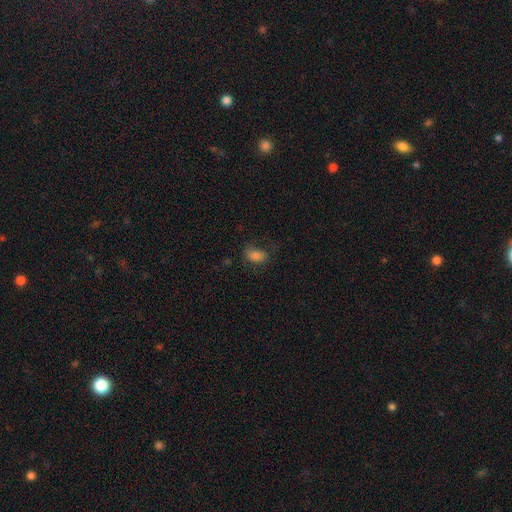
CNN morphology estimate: Smooth or featured? Predicted: smooth (p=0.80). How rounded? Predicted: in between (p=0.87). Merging? Predicted: none (p=0.61).